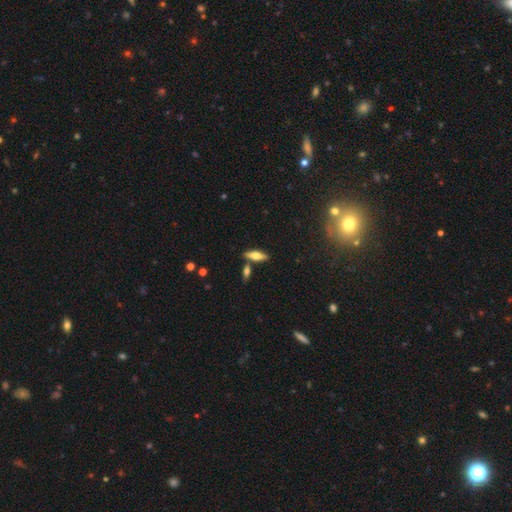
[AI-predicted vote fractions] This is possibly a smooth galaxy (51%). How rounded: possibly cigar-shaped (49%). Merging: likely none (75%).